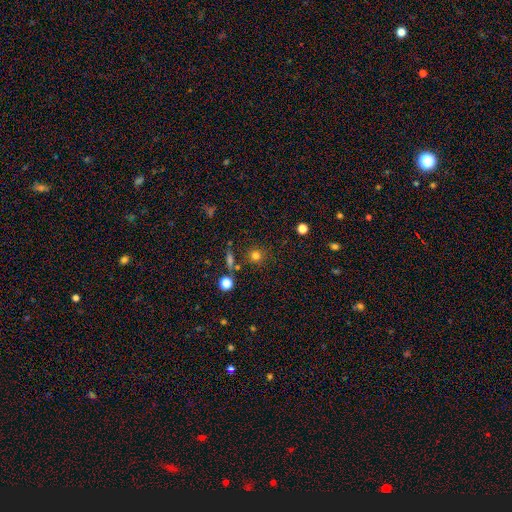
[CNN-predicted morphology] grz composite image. It shows a smooth galaxy with no disk features (77%) that is round (92%). Merging: none (82%).